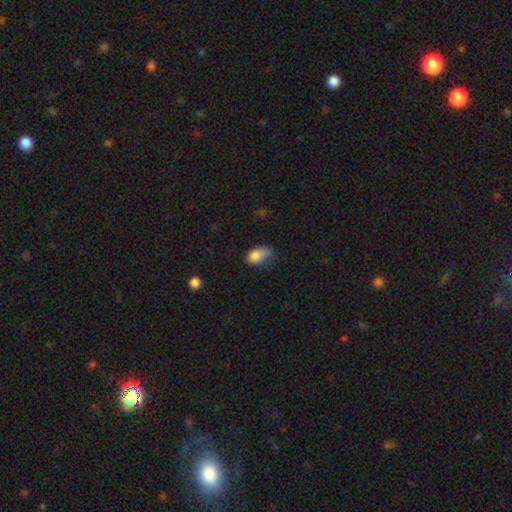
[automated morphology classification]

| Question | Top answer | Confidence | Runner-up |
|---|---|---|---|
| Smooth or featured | smooth | 81% | featured or disk (10%) |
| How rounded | in between | 87% | round (10%) |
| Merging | minor disturbance | 42% | none (33%) |